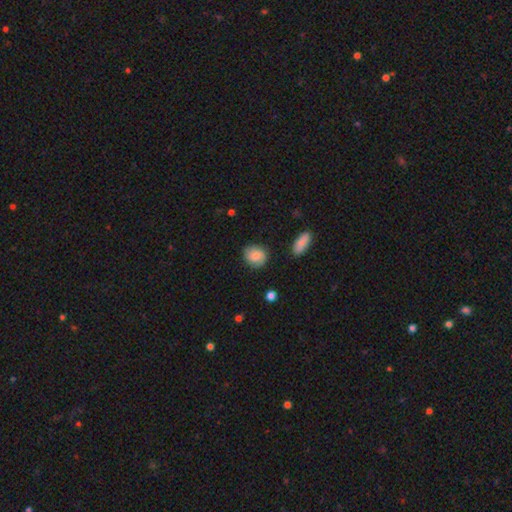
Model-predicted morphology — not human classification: smooth-or-featured: smooth: 81% | featured or disk: 12% | star or artifact: 7%
  how-rounded: round: 73% | in between: 26% | cigar-shaped: 1%
  merging: none: 80% | minor disturbance: 15% | major disturbance: 3% | merger: 2%